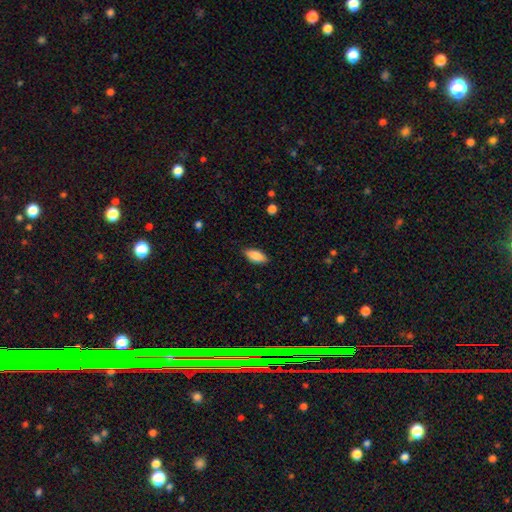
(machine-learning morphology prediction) The model was most divided on "how rounded": in between: 87%, cigar-shaped: 11%, round: 2%. More confident: merging — none (86%); smooth or featured — smooth (86%).